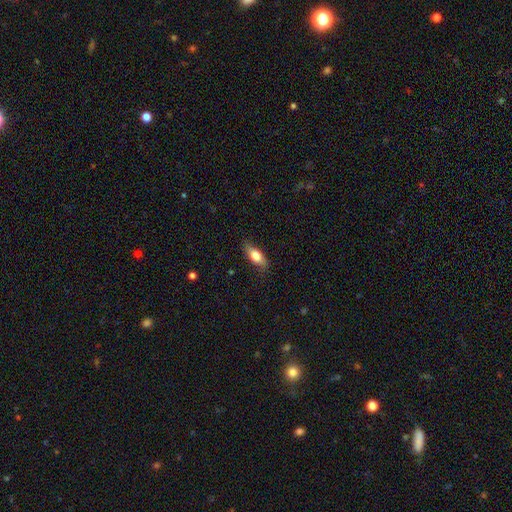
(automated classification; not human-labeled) A smooth galaxy with no disk features (72%) that is in between round and cigar-shaped (77%). Merging: none (80%).